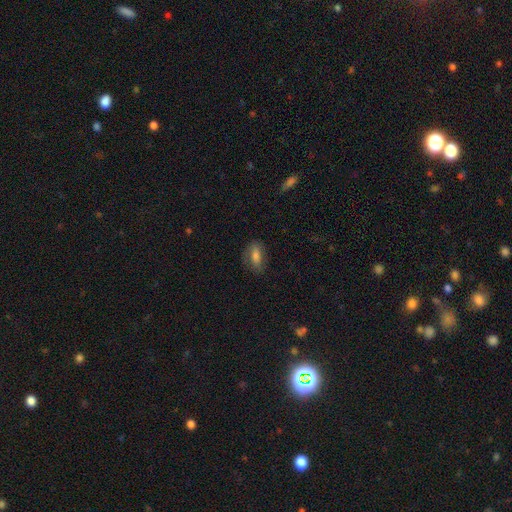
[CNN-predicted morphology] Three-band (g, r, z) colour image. It shows a smooth galaxy with no disk features (68%) that is in between round and cigar-shaped (79%). Merging: none (73%).